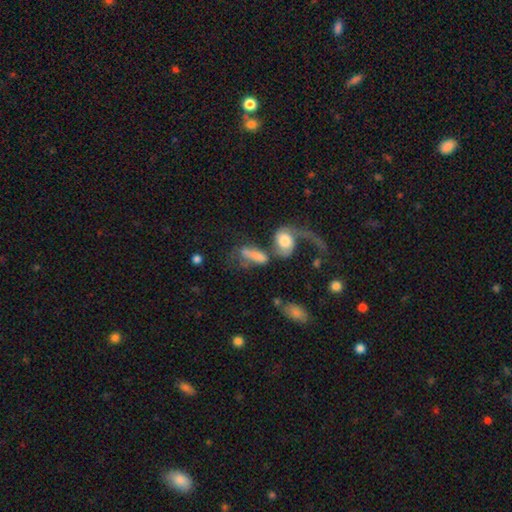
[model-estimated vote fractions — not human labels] The model was most divided on "merging": merger: 47%, major disturbance: 25%, none: 17%, minor disturbance: 11%. More confident: how rounded — in between (73%); smooth or featured — smooth (58%).